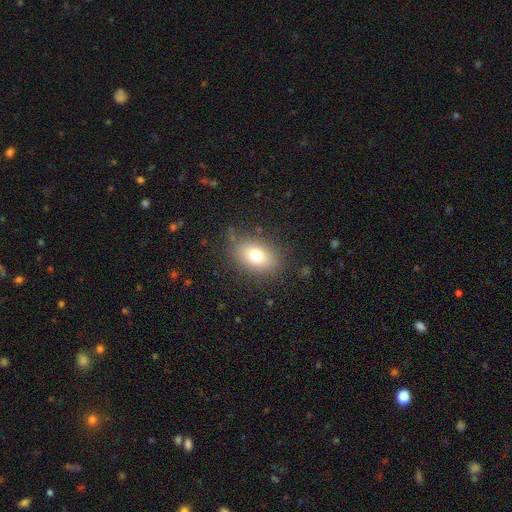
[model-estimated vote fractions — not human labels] Q: Smooth or featured?
A: smooth (76%); runner-up: featured or disk (13%)
Q: How rounded?
A: in between (77%); runner-up: round (21%)
Q: Merging?
A: none (82%); runner-up: minor disturbance (12%)